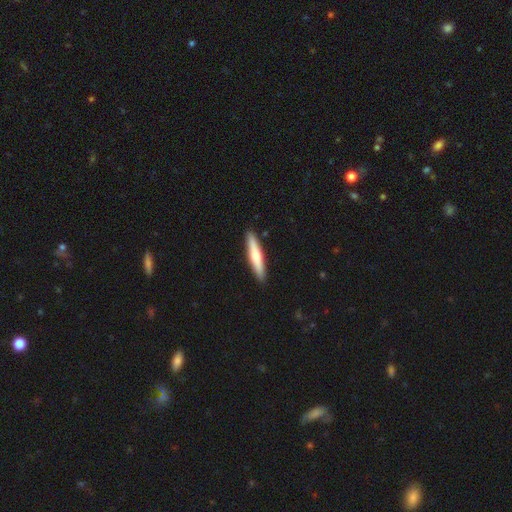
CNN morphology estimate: smooth-or-featured: smooth: 61% | featured or disk: 34% | star or artifact: 5%
  how-rounded: cigar-shaped: 91% | in between: 8% | round: 1%
  merging: none: 91% | minor disturbance: 6% | major disturbance: 1% | merger: 1%